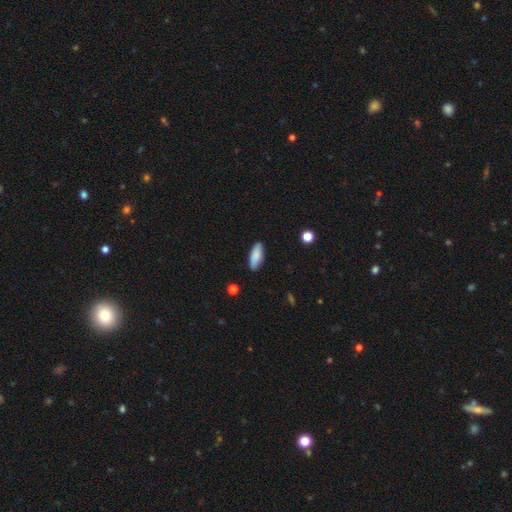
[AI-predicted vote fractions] Q: Smooth or featured?
A: smooth (85%); runner-up: featured or disk (9%)
Q: How rounded?
A: in between (73%); runner-up: cigar-shaped (26%)
Q: Merging?
A: none (87%); runner-up: minor disturbance (10%)